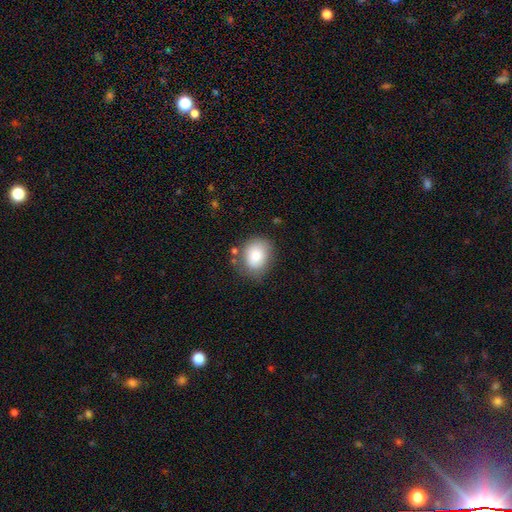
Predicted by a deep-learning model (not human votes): A smooth galaxy with no disk features (79%) that is round (54%). Merging: none (71%).